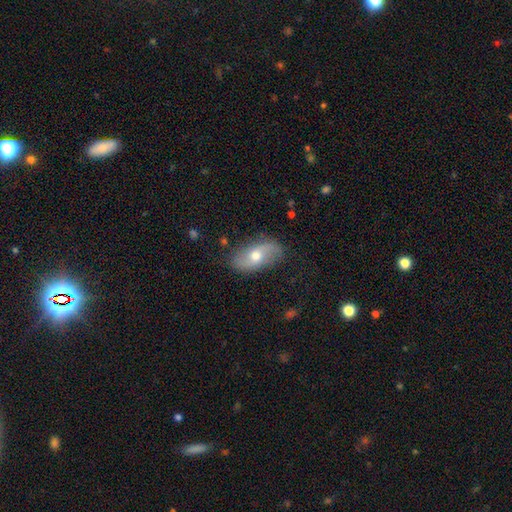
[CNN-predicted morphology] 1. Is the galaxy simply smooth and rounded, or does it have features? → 60% featured or disk, 32% smooth, 7% star or artifact.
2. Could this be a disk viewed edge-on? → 89% no, 11% yes.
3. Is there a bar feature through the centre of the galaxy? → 61% no, 29% weak, 10% strong.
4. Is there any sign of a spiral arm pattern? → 80% yes, 20% no.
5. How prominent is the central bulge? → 73% moderate, 19% small, 6% large, 1% dominant, 1% none.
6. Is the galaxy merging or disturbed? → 79% none, 15% minor disturbance, 4% major disturbance, 1% merger.